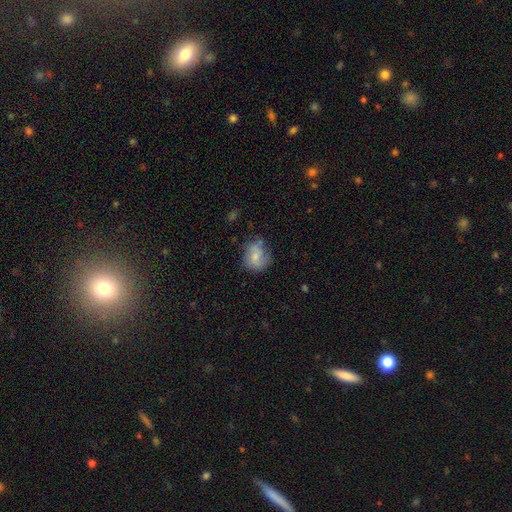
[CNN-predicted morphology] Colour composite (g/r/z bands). It shows a smooth galaxy with no disk features (64%) that is round (65%). Merging: none (56%).